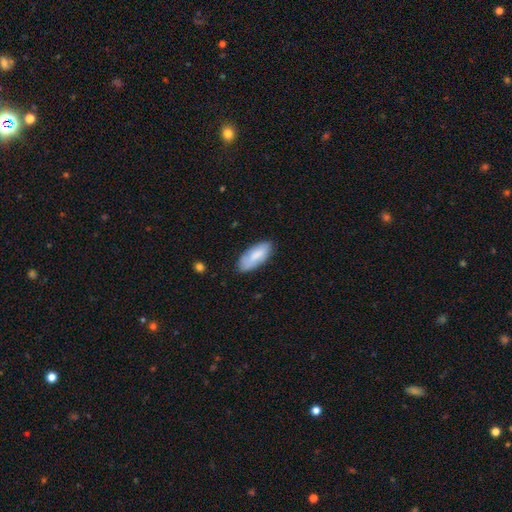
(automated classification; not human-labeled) Overall: smooth (79%). How rounded: in between (83%). Merging: none (75%).